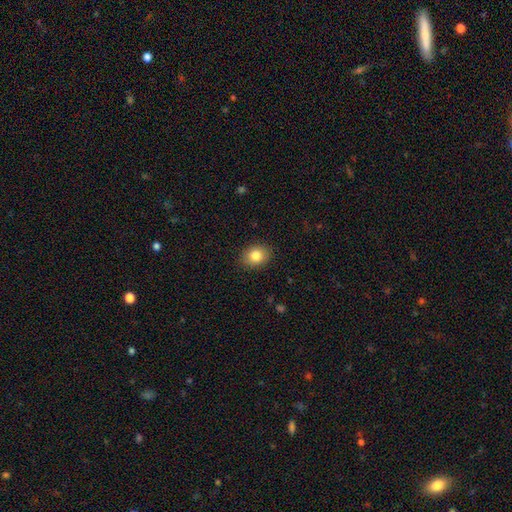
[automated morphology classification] The model was most divided on "how rounded": in between: 57%, round: 42%, cigar-shaped: 1%. More confident: merging — none (89%); smooth or featured — smooth (84%).